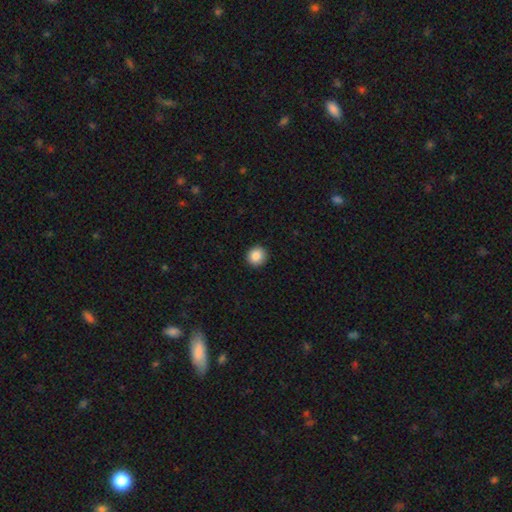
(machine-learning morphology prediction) Smooth or featured? Predicted: smooth (p=0.87). How rounded? Predicted: round (p=0.90). Merging? Predicted: none (p=0.92).